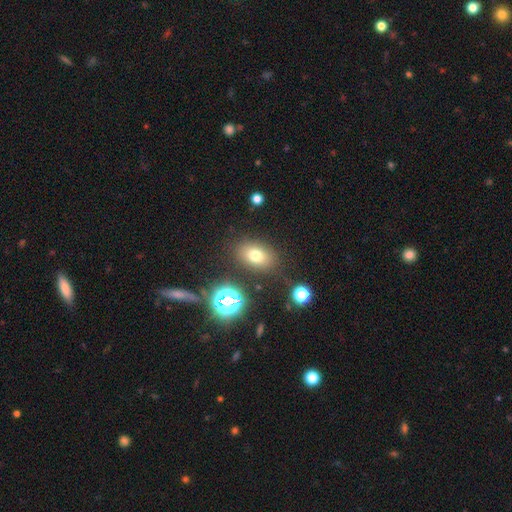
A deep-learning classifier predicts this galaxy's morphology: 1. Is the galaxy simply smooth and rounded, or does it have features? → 68% smooth, 21% star or artifact, 12% featured or disk.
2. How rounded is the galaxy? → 72% in between, 26% round, 2% cigar-shaped.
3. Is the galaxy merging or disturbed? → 83% none, 9% minor disturbance, 4% major disturbance, 3% merger.